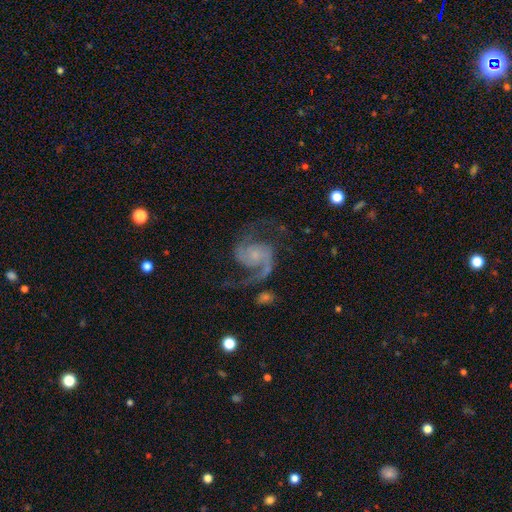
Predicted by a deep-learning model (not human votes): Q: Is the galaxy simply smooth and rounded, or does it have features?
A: featured or disk — 91%.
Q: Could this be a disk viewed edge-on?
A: no — 98%.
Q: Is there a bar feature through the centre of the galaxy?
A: no — 66%.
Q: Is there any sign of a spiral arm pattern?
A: yes — 98%.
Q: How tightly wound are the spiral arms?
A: medium — 59%.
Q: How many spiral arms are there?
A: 2 — 92%.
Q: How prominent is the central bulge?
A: small — 66%.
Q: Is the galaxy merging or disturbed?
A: none — 70%.